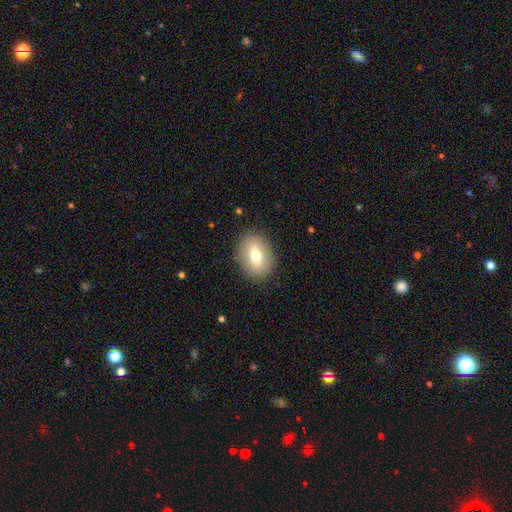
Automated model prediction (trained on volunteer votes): A smooth galaxy with no disk features (71%) that is in between round and cigar-shaped (70%). Merging: none (88%).